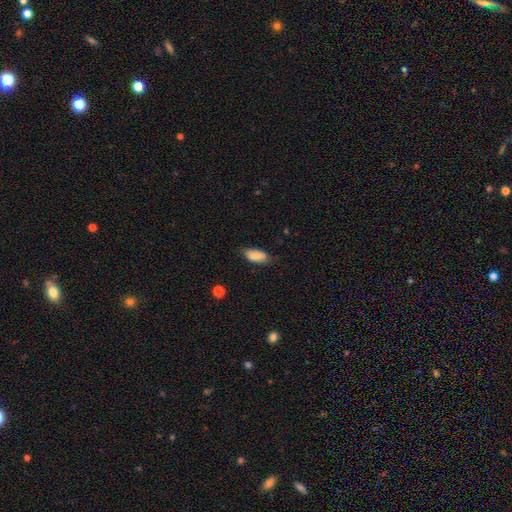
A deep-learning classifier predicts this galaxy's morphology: type=smooth (86%); roundness=in between (88%); merging=none (75%).